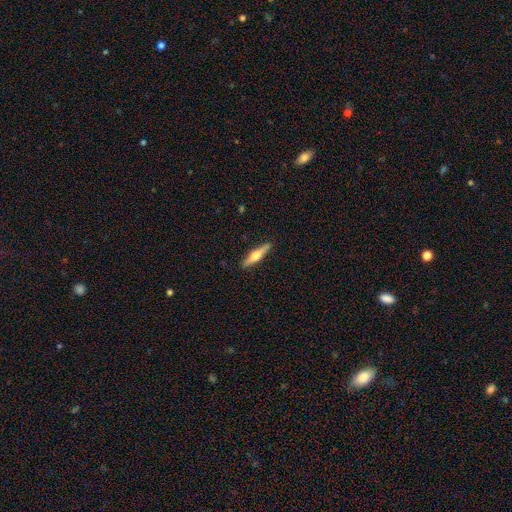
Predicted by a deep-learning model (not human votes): featured or disk 56%, smooth 38%, star or artifact 5%. Down the decision tree: edge-on disk — yes (96%); edge-on bulge — rounded (93%); merging — none (90%).